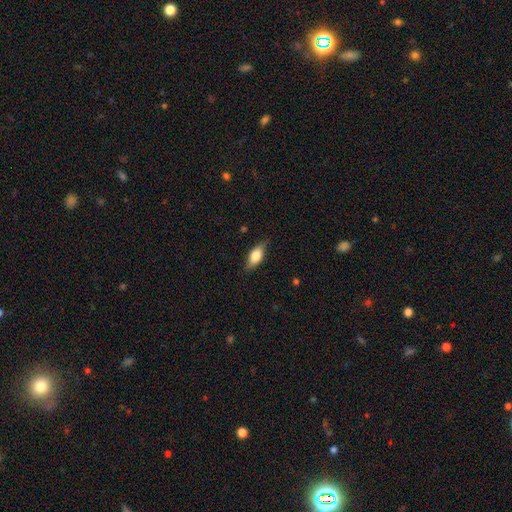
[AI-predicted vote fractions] Overall: smooth (72%). How rounded: in between (79%). Merging: none (81%).